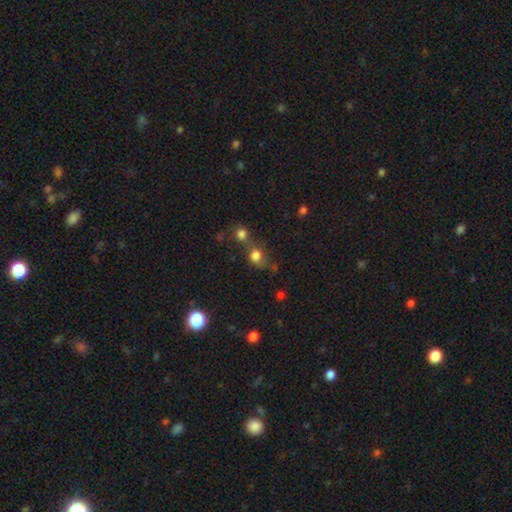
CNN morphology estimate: Smooth or featured? smooth (77%)
How rounded? round (70%)
Merging? none (42%)